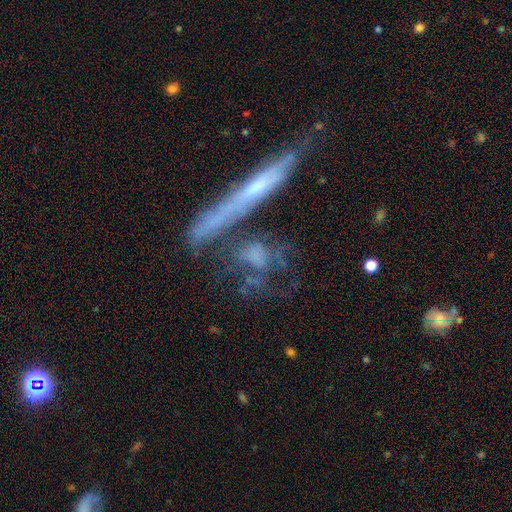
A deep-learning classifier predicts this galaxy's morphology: Q: Smooth or featured?
A: featured or disk (47%); runner-up: smooth (40%)
Q: Merging?
A: none (57%); runner-up: minor disturbance (17%)